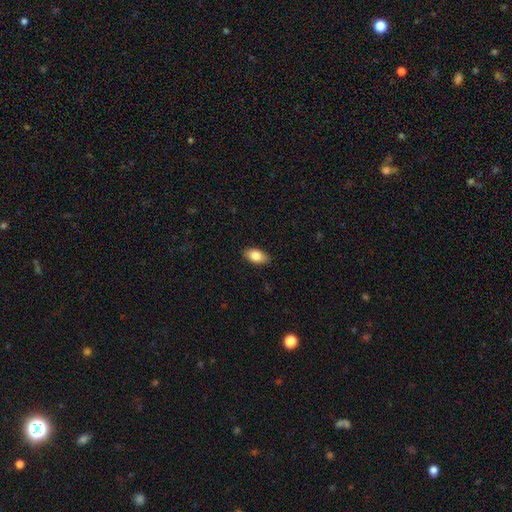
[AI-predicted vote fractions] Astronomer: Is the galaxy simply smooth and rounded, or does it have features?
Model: smooth — 83%.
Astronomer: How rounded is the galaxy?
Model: in between — 92%.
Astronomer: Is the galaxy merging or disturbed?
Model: none — 87%.